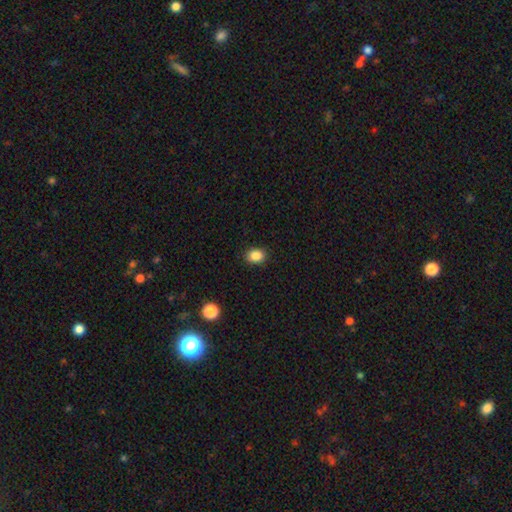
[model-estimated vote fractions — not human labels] A smooth galaxy with no disk features (86%) that is in between round and cigar-shaped (55%). Merging: none (90%).